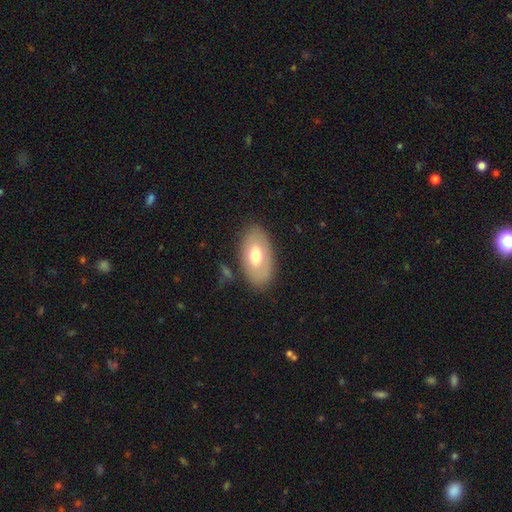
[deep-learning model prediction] Smooth or featured: smooth — 64% (featured or disk — 29%)
How rounded: in between — 93% (round — 5%)
Merging: none — 80% (minor disturbance — 13%)